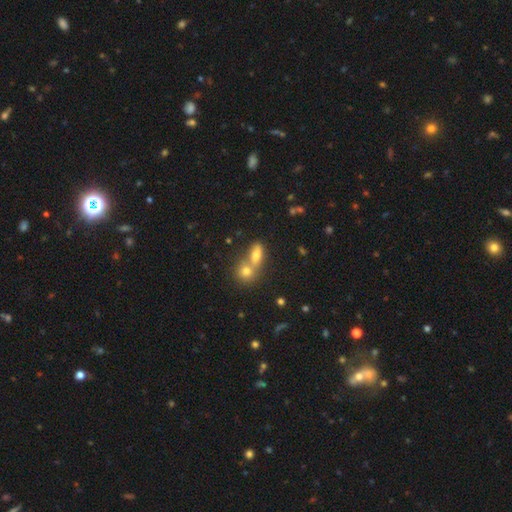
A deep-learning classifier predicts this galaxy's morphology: A smooth galaxy with no disk features (69%) that is in between round and cigar-shaped (68%).

Vote fractions:
- Smooth or featured? smooth: 69% / featured or disk: 16% / star or artifact: 14%
- How rounded? in between: 68% / round: 20% / cigar-shaped: 12%
- Merging? merger: 55% / none: 34% / minor disturbance: 7% / major disturbance: 3%